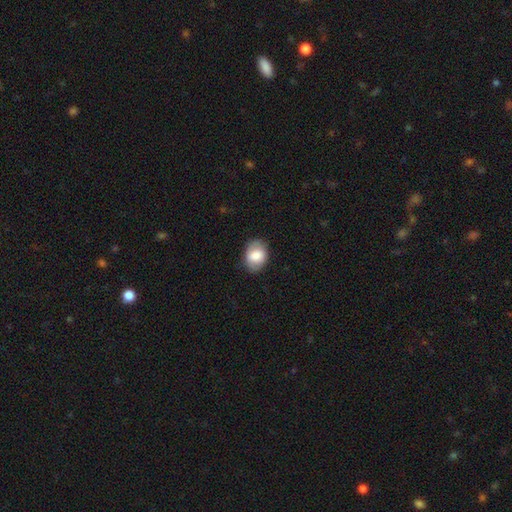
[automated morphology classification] Smooth or featured? smooth (79%)
How rounded? in between (71%)
Merging? none (81%)